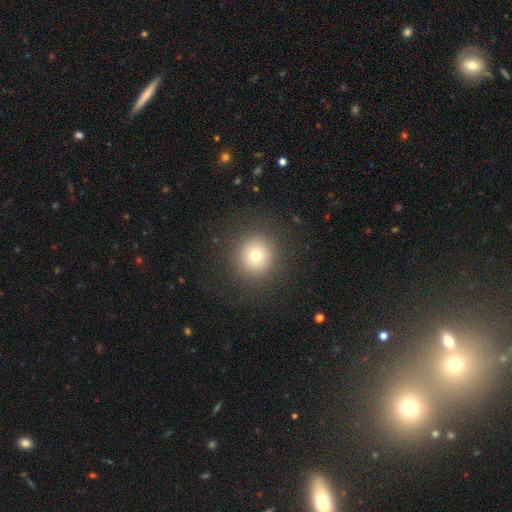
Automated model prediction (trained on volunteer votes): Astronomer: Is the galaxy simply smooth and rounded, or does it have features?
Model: smooth — 73%.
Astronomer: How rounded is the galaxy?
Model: round — 95%.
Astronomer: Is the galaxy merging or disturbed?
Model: none — 89%.